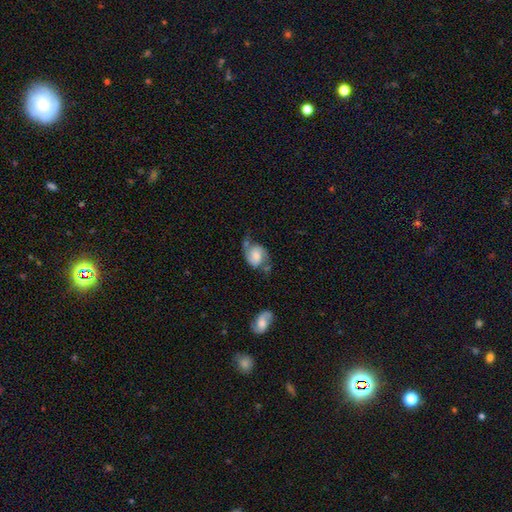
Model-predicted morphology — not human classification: Smooth or featured? Predicted: featured or disk (p=0.64). Edge-on disk? Predicted: no (p=0.97). Bar? Predicted: no (p=0.58). Spiral arms? Predicted: yes (p=0.91). Spiral winding? Predicted: medium (p=0.44). Spiral arm count? Predicted: 2 (p=0.85). Bulge size? Predicted: moderate (p=0.33). Merging? Predicted: none (p=0.40).